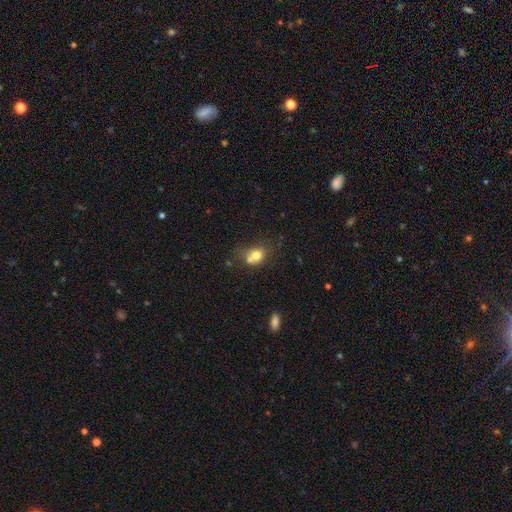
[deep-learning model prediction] Overall: smooth (73%). How rounded: round (63%; in between 36%). Merging: merger (41%; none 39%).